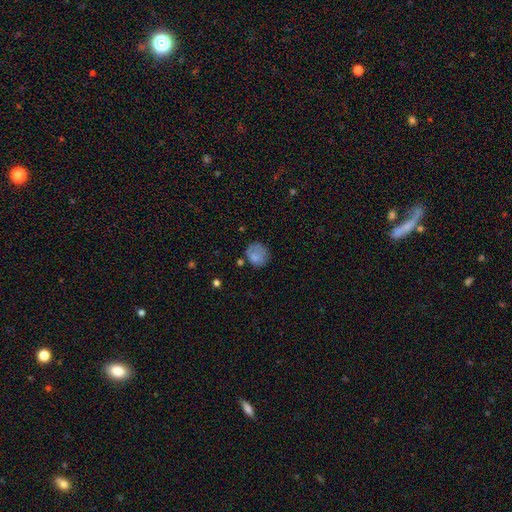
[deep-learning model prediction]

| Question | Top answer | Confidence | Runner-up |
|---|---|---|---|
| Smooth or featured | smooth | 78% | featured or disk (13%) |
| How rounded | round | 81% | in between (18%) |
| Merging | none | 63% | minor disturbance (23%) |